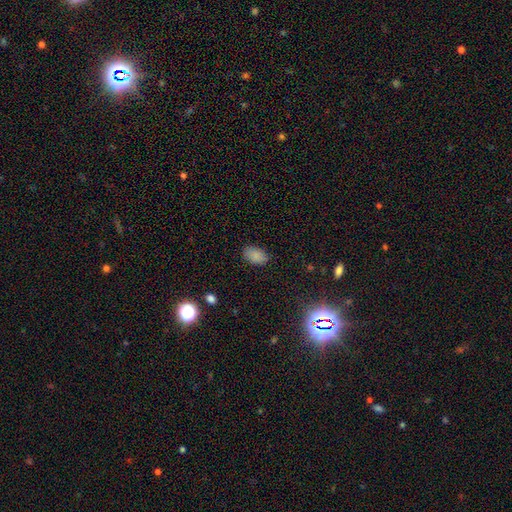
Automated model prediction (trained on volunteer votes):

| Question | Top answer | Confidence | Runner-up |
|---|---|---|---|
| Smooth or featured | smooth | 85% | star or artifact (10%) |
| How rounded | in between | 91% | round (8%) |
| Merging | none | 83% | minor disturbance (13%) |